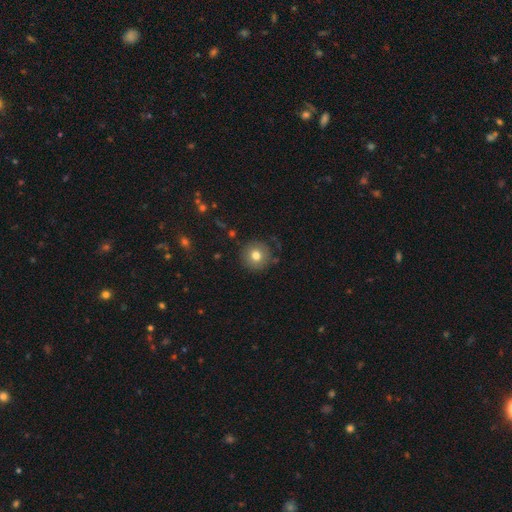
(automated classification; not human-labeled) Overall: smooth (76%). How rounded: round (95%). Merging: none (87%).